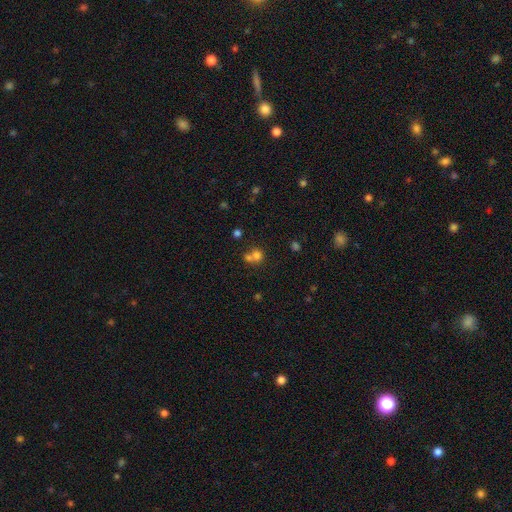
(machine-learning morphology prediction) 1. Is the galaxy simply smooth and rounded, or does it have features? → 71% smooth, 17% star or artifact, 12% featured or disk.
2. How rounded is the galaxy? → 79% round, 20% in between, 1% cigar-shaped.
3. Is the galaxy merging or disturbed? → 52% merger, 38% none, 6% minor disturbance, 3% major disturbance.